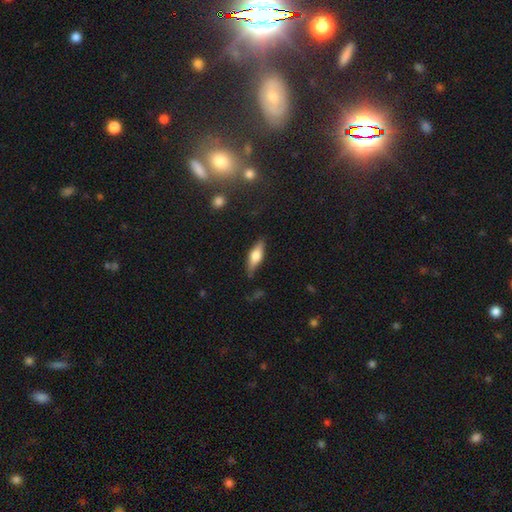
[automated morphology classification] Smooth or featured? Predicted: smooth (p=0.49). Merging? Predicted: none (p=0.79).